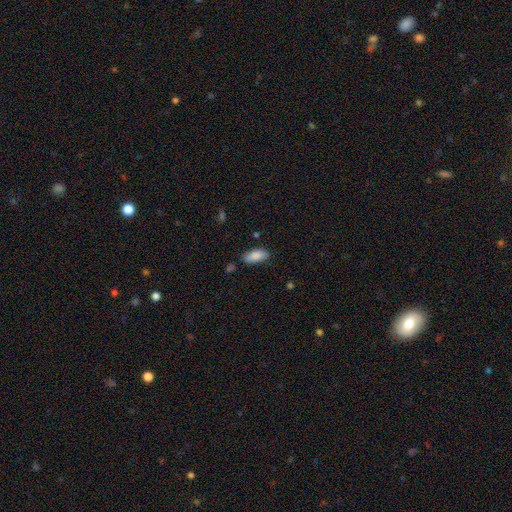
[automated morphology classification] Smooth or featured? Predicted: smooth (p=0.87). How rounded? Predicted: in between (p=0.88). Merging? Predicted: none (p=0.80).